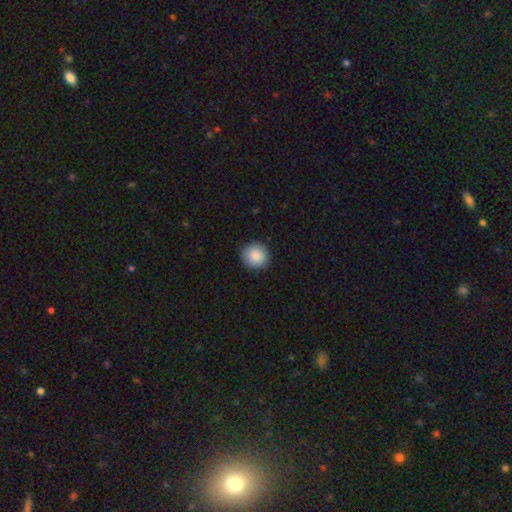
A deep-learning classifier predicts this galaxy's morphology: Smooth or featured? Predicted: smooth (p=0.89). How rounded? Predicted: round (p=0.92). Merging? Predicted: none (p=0.90).